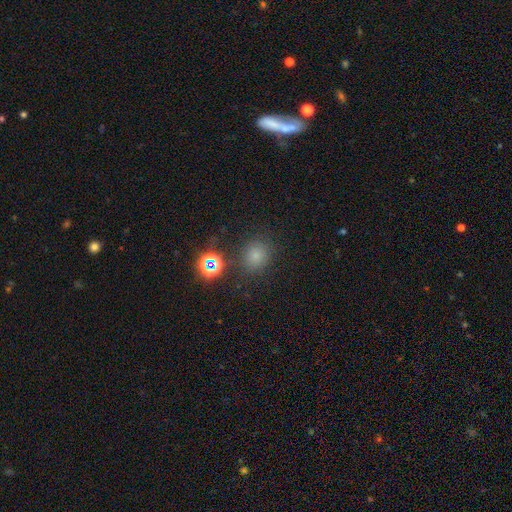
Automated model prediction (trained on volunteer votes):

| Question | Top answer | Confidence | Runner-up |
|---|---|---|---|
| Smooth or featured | smooth | 69% | star or artifact (23%) |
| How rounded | round | 79% | in between (20%) |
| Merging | none | 82% | minor disturbance (10%) |